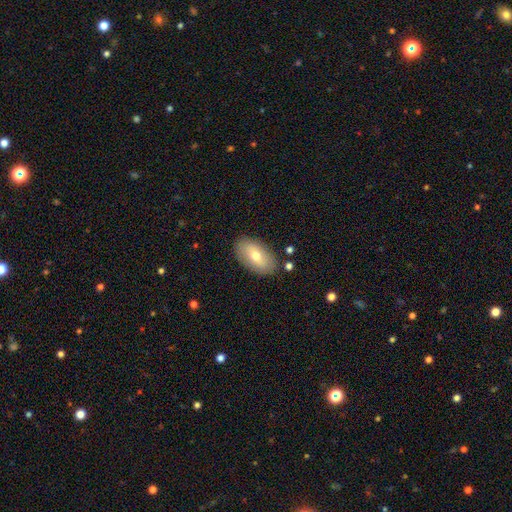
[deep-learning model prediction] This appears to be a smooth galaxy with no disk features (64%) that is in between round and cigar-shaped (93%). Merging: none (85%).